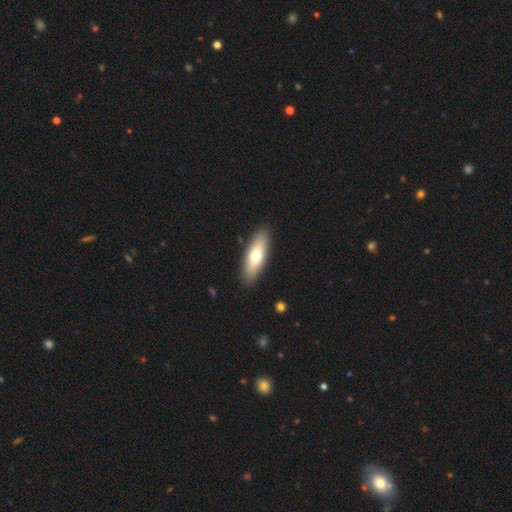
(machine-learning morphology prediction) The model was most divided on "how rounded": in between: 63%, cigar-shaped: 34%, round: 2%. More confident: merging — none (89%); smooth or featured — smooth (67%).